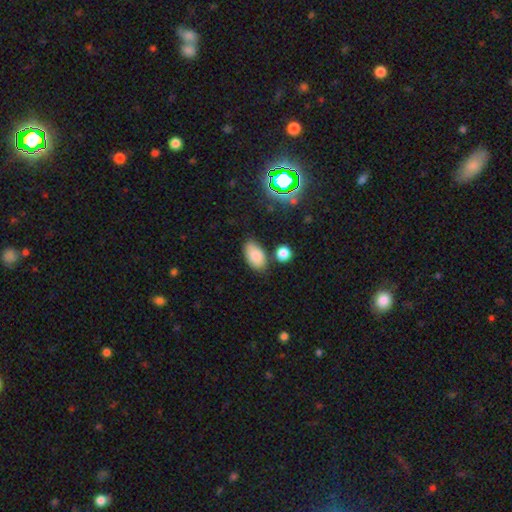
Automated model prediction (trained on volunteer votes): This is clearly a smooth galaxy (82%). How rounded: clearly in between (93%). Merging: likely none (71%).